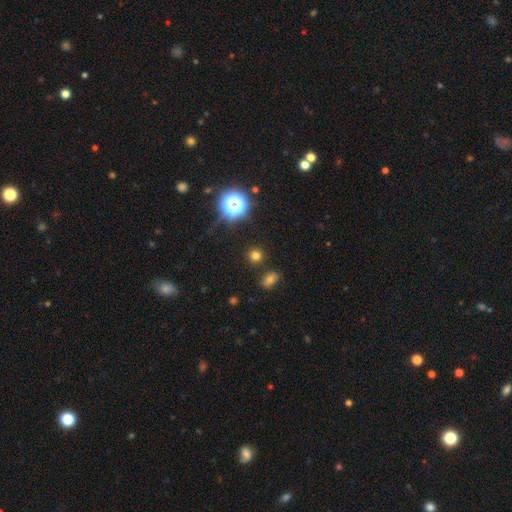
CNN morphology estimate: A smooth galaxy with no disk features (70%) that is round (90%). Merging: none (87%).